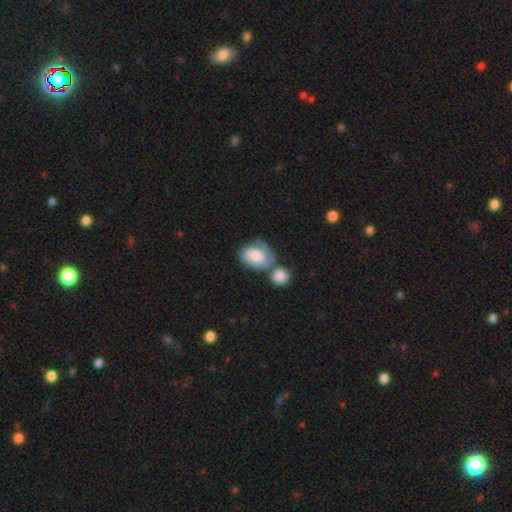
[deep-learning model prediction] smooth-or-featured: smooth: 53% | featured or disk: 41% | star or artifact: 7%
  how-rounded: in between: 73% | round: 26% | cigar-shaped: 1%
  merging: merger: 36% | none: 33% | minor disturbance: 19% | major disturbance: 11%